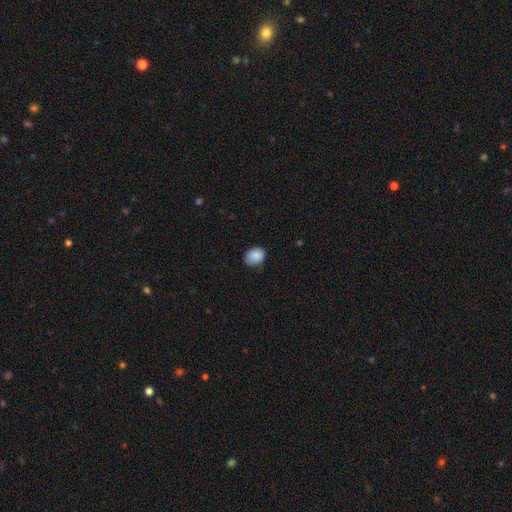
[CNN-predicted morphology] Overall: smooth (87%). How rounded: in between (61%; round 38%). Merging: none (73%).